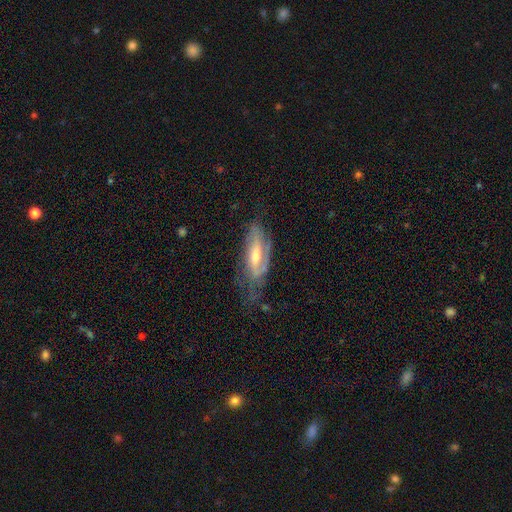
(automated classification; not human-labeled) A featured or disk galaxy (73%) with a weak bar (42%), 2 (51%) medium (41%) spiral arms (87%) and a moderate central bulge (59%).

Vote fractions:
- Smooth or featured? featured or disk: 73% / smooth: 21% / star or artifact: 6%
- Edge-on disk? no: 83% / yes: 17%
- Bar? weak: 42% / no: 38% / strong: 20%
- Spiral arms? yes: 87% / no: 13%
- Spiral winding? medium: 41% / tight: 39% / loose: 20%
- Spiral arm count? 2: 51% / can't tell: 27% / 1: 13% / 3: 6% / 4: 2% / more than 4: 2%
- Bulge size? moderate: 59% / small: 31% / large: 7% / none: 3% / dominant: 1%
- Merging? none: 51% / minor disturbance: 28% / major disturbance: 18% / merger: 2%